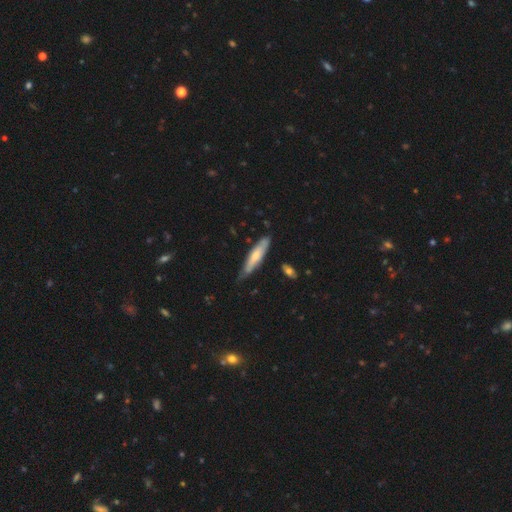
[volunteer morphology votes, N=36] smooth 53%, featured or disk 44%, star or artifact 3%. Down the decision tree: how rounded — cigar-shaped (89%); merging — none (49%).